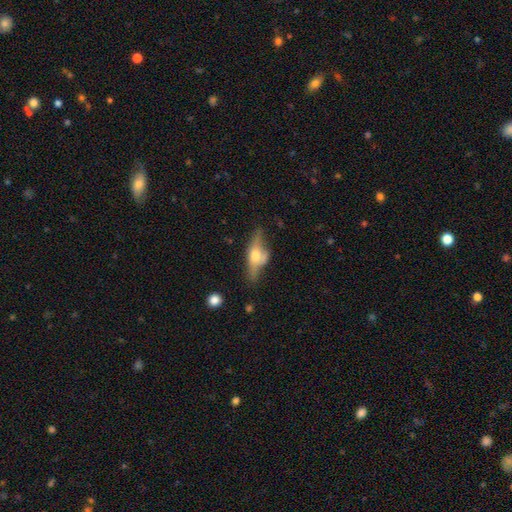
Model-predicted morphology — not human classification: Q: Smooth or featured?
A: featured or disk (54%); runner-up: smooth (38%)
Q: Edge-on disk?
A: yes (71%); runner-up: no (29%)
Q: Merging?
A: none (44%); runner-up: minor disturbance (29%)